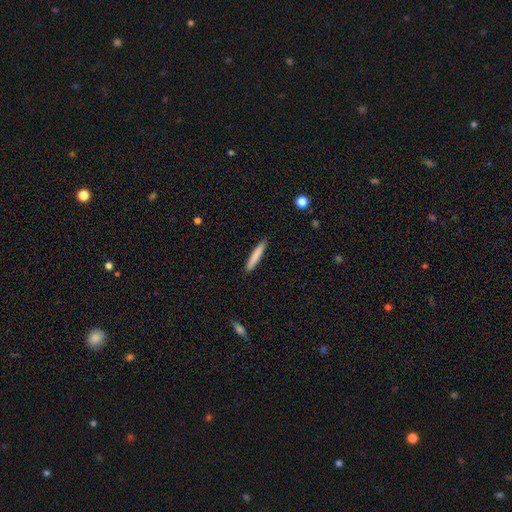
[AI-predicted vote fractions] Morphology: type=smooth (81%); roundness=cigar-shaped (94%); merging=none (91%).